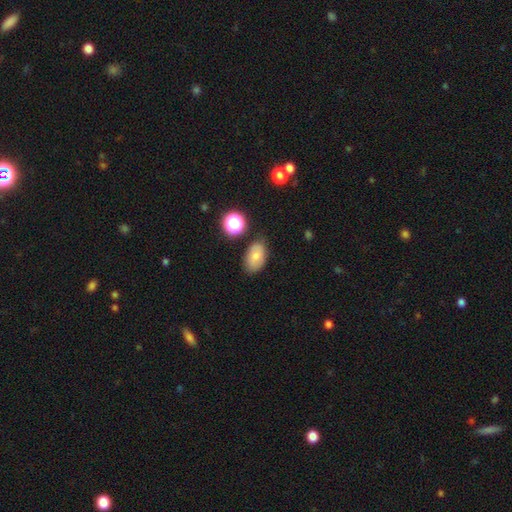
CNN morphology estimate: A smooth galaxy with no disk features (76%) that is in between round and cigar-shaped (89%).

Vote fractions:
- Smooth or featured? smooth: 76% / featured or disk: 13% / star or artifact: 11%
- How rounded? in between: 89% / round: 10% / cigar-shaped: 2%
- Merging? none: 74% / minor disturbance: 18% / major disturbance: 4% / merger: 4%